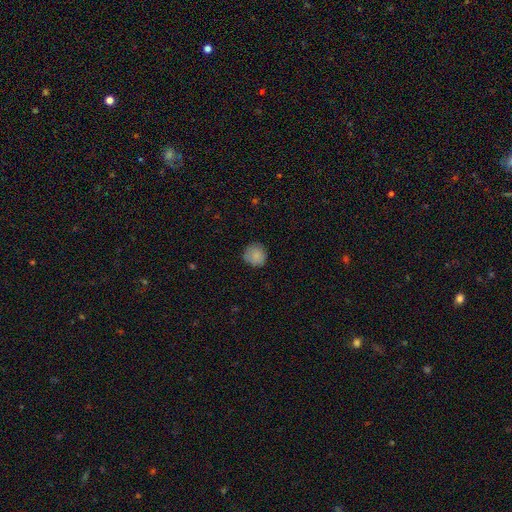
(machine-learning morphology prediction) This is clearly a smooth galaxy (84%). How rounded: clearly round (92%). Merging: clearly none (83%).